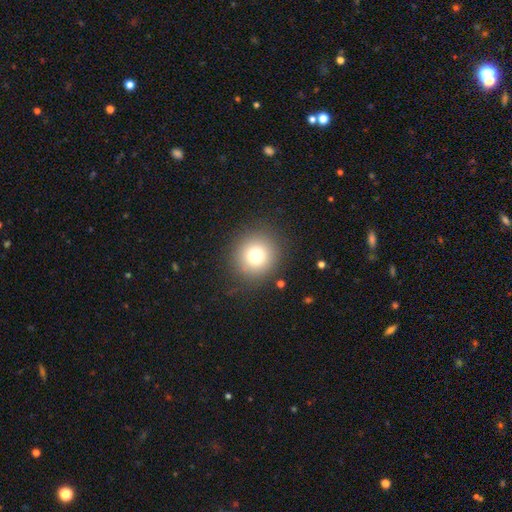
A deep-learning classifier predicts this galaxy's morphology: Overall: smooth (75%). How rounded: round (93%). Merging: none (87%).